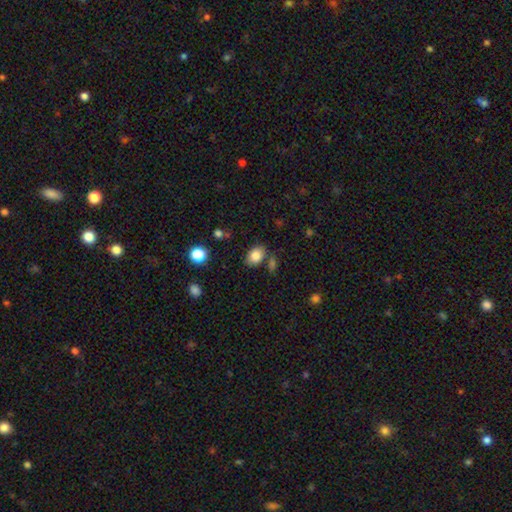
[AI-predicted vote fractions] smooth-or-featured: smooth: 84% | star or artifact: 9% | featured or disk: 6%
  how-rounded: in between: 73% | round: 26% | cigar-shaped: 1%
  merging: none: 74% | minor disturbance: 13% | merger: 9% | major disturbance: 4%